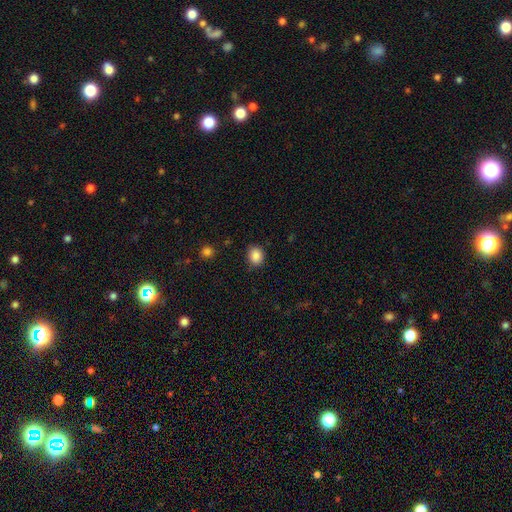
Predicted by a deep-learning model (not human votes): This appears to be a smooth galaxy with no disk features (87%) that is round (56%). Merging: none (86%).